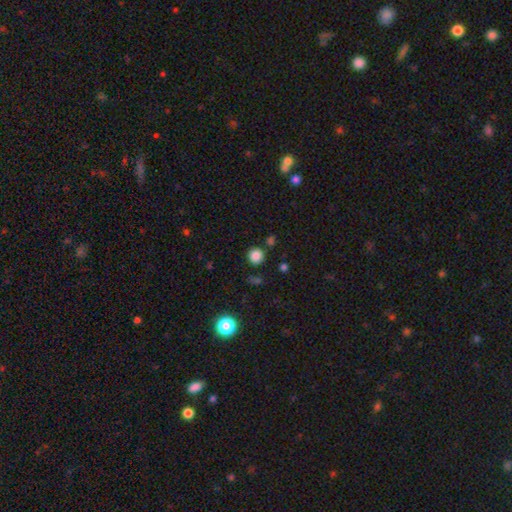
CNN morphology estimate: A smooth galaxy with no disk features (84%) that is round (94%).

Vote fractions:
- Smooth or featured? smooth: 84% / star or artifact: 12% / featured or disk: 4%
- How rounded? round: 94% / in between: 5% / cigar-shaped: 1%
- Merging? none: 86% / minor disturbance: 7% / merger: 4% / major disturbance: 2%